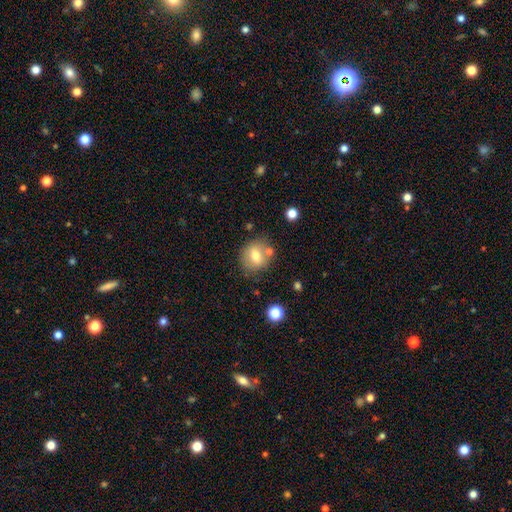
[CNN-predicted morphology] smooth 68%, featured or disk 22%, star or artifact 10%. Down the decision tree: how rounded — round (75%); merging — none (74%).